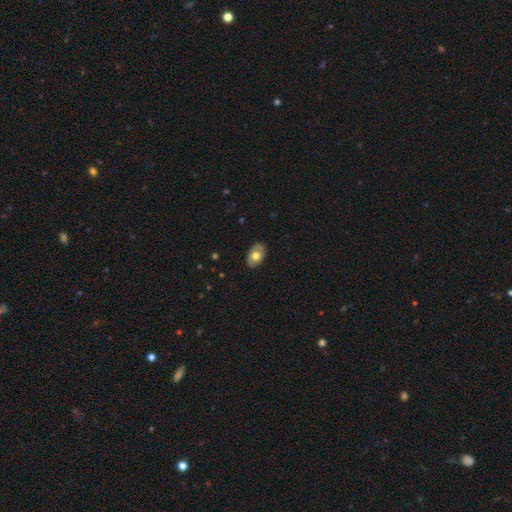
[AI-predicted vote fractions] Overall: smooth (57%; featured or disk 37%). How rounded: in between (87%). Merging: none (83%).